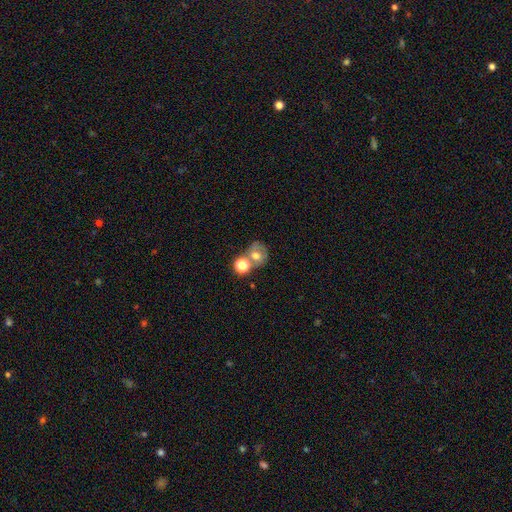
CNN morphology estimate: Smooth or featured? smooth (59%)
How rounded? round (70%)
Merging? merger (42%)